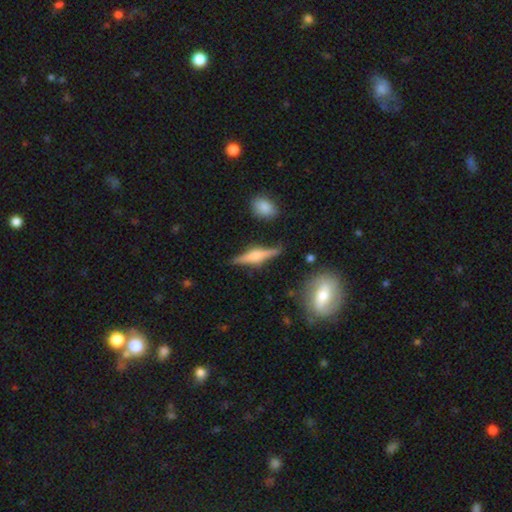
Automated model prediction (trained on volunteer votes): This is likely a featured or disk galaxy (70%). It is clearly viewed edge-on (96%). Edge-on bulge: likely rounded (77%). Merging: clearly none (83%).